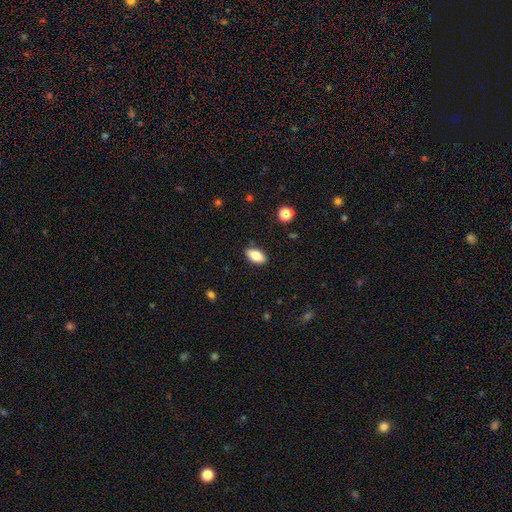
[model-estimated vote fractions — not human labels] This appears to be a smooth galaxy with no disk features (80%) that is in between round and cigar-shaped (91%). Merging: none (88%).